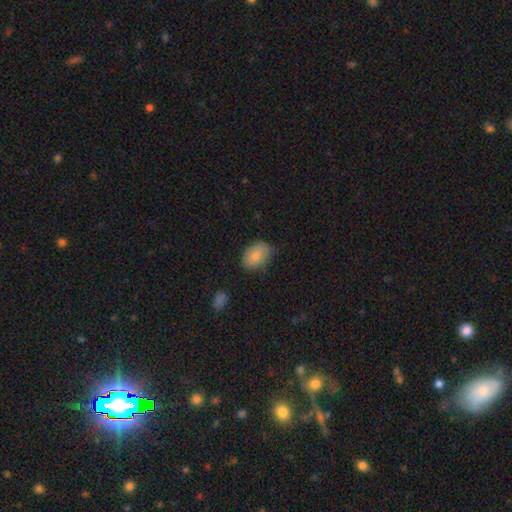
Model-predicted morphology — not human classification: The model was most divided on "merging": none: 69%, minor disturbance: 24%, major disturbance: 5%, merger: 2%. More confident: smooth or featured — smooth (83%); how rounded — in between (83%).